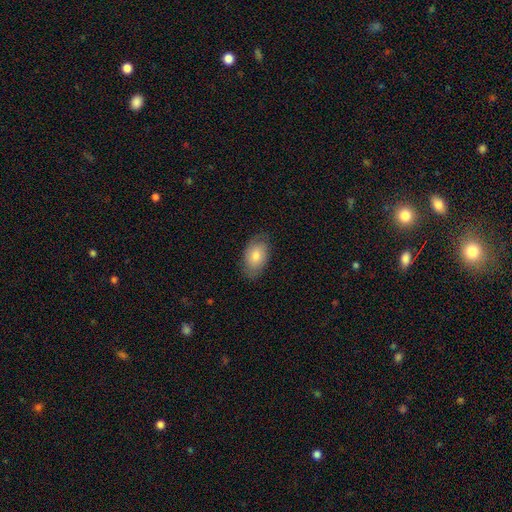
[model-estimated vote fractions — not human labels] Smooth or featured: smooth — 71% (featured or disk — 22%)
How rounded: in between — 92% (round — 7%)
Merging: none — 79% (minor disturbance — 17%)